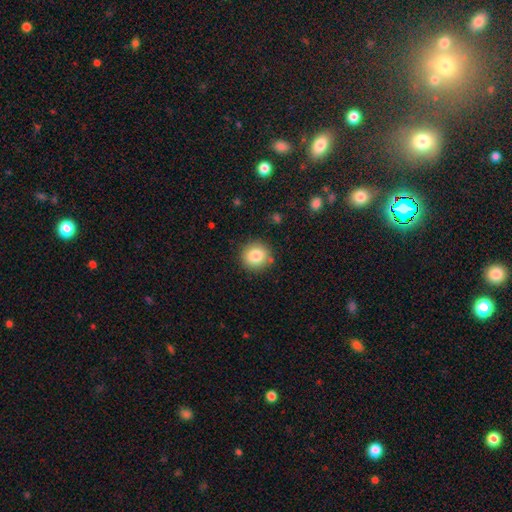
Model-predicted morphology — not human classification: Overall: smooth (83%). How rounded: round (90%). Merging: none (88%).